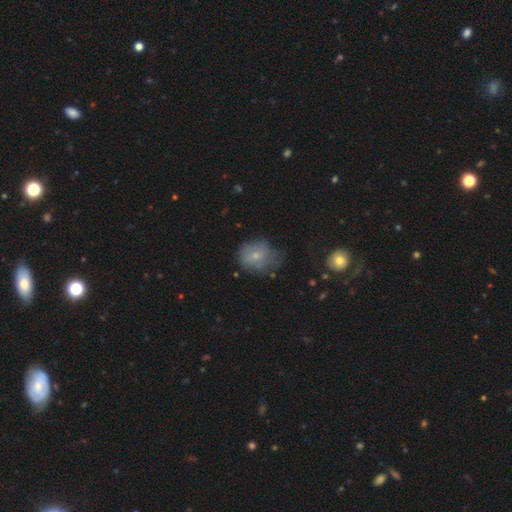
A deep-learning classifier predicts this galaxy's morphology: smooth_or_featured: smooth (p=0.66) [alt: featured or disk p=0.24]
how_rounded: round (p=0.56) [alt: in between p=0.43]
merging: none (p=0.46) [alt: minor disturbance p=0.33]